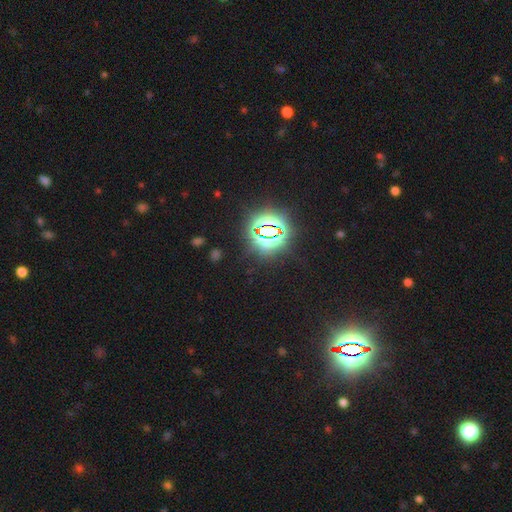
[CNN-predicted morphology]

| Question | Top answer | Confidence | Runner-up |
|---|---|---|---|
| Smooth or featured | star or artifact | 83% | smooth (11%) |